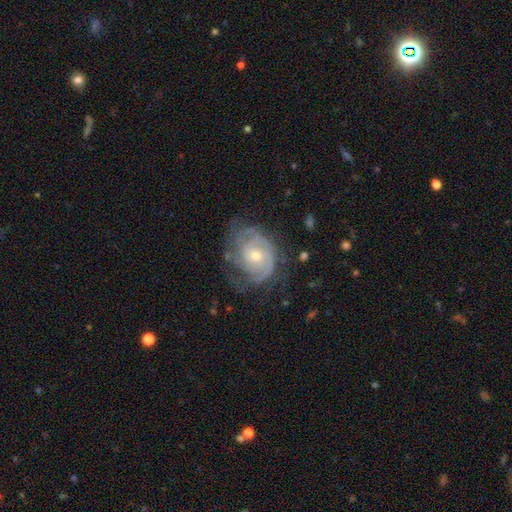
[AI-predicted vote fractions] Smooth or featured?
  - featured or disk: 84% *
  - smooth: 10%
  - star or artifact: 6%
Edge-on disk?
  - no: 97% *
  - yes: 3%
Bar?
  - no: 76% *
  - weak: 21%
  - strong: 4%
Spiral arms?
  - yes: 94% *
  - no: 6%
Spiral winding?
  - tight: 65% *
  - medium: 27%
  - loose: 8%
Spiral arm count?
  - can't tell: 33% *
  - 2: 28%
  - 3: 21%
  - 4: 7%
  - 1: 6%
  - more than 4: 5%
Bulge size?
  - small: 59% *
  - moderate: 38%
  - large: 1%
  - none: 1%
  - dominant: 1%
Merging?
  - none: 61% *
  - minor disturbance: 23%
  - major disturbance: 14%
  - merger: 1%